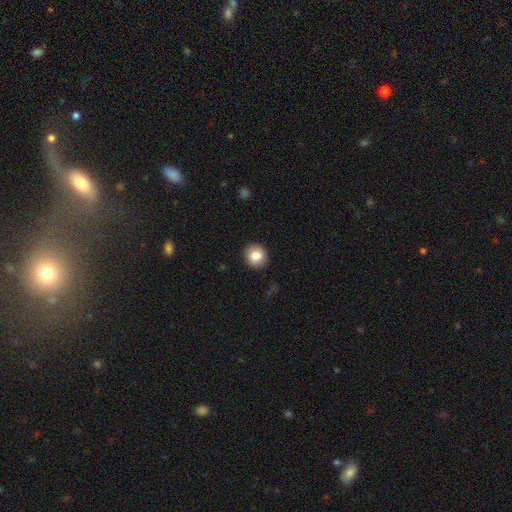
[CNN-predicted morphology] smooth-or-featured: smooth: 84% | star or artifact: 9% | featured or disk: 8%
  how-rounded: round: 89% | in between: 10% | cigar-shaped: 1%
  merging: none: 91% | minor disturbance: 6% | major disturbance: 2% | merger: 1%